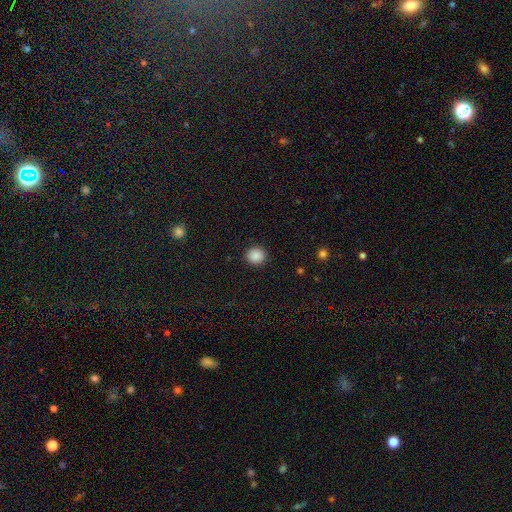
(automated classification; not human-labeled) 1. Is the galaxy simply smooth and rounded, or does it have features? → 87% smooth, 10% star or artifact, 3% featured or disk.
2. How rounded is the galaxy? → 90% round, 9% in between, 1% cigar-shaped.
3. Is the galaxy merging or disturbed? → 92% none, 5% minor disturbance, 2% major disturbance, 1% merger.